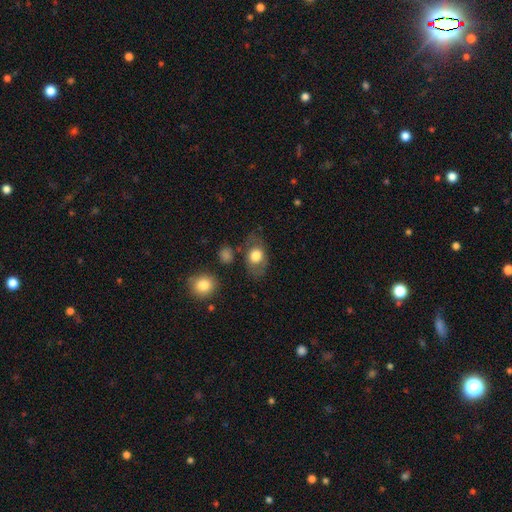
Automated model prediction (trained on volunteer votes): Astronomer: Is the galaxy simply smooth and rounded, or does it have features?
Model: smooth — 70%.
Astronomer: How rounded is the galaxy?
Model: in between — 72%.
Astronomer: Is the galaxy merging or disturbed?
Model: none — 71%.